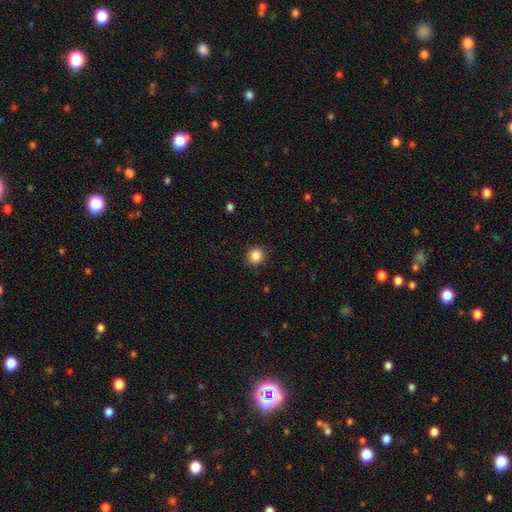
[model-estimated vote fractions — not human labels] A smooth galaxy with no disk features (86%) that is round (92%).

Vote fractions:
- Smooth or featured? smooth: 86% / star or artifact: 10% / featured or disk: 4%
- How rounded? round: 92% / in between: 7% / cigar-shaped: 1%
- Merging? none: 91% / minor disturbance: 6% / major disturbance: 2% / merger: 1%